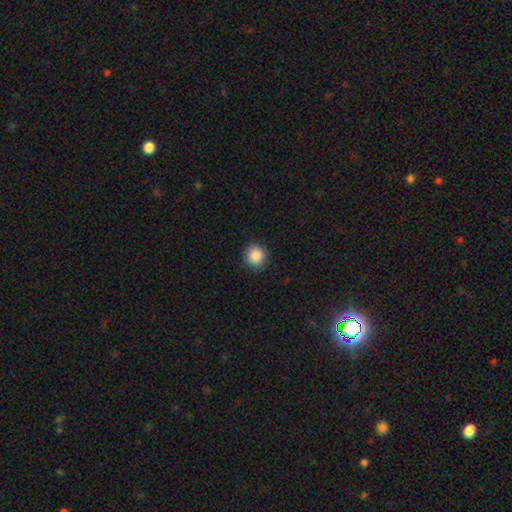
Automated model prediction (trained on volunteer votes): The model was most divided on "smooth or featured": smooth: 88%, star or artifact: 9%, featured or disk: 3%. More confident: how rounded — round (91%); merging — none (90%).